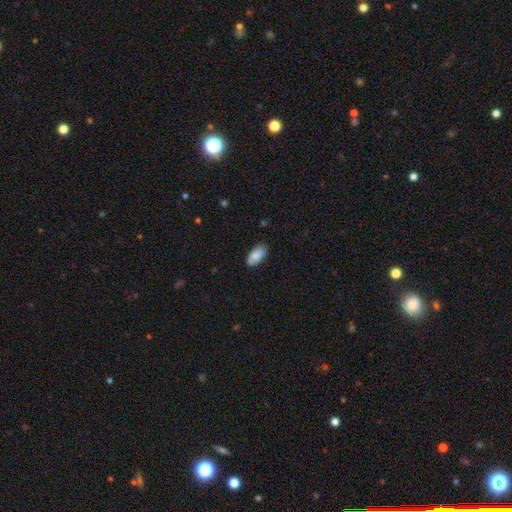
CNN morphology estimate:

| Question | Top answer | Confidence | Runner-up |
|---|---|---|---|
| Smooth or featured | smooth | 85% | featured or disk (9%) |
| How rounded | in between | 94% | cigar-shaped (4%) |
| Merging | none | 81% | minor disturbance (15%) |